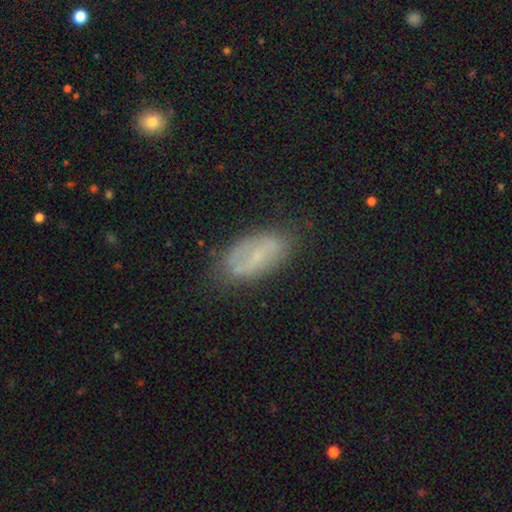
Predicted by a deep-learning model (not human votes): Smooth or featured? featured or disk (50%)
Merging? none (73%)